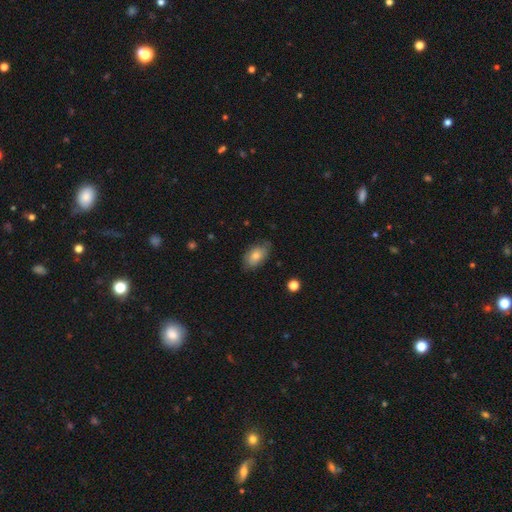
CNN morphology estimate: Smooth or featured? smooth (72%)
How rounded? in between (91%)
Merging? none (74%)